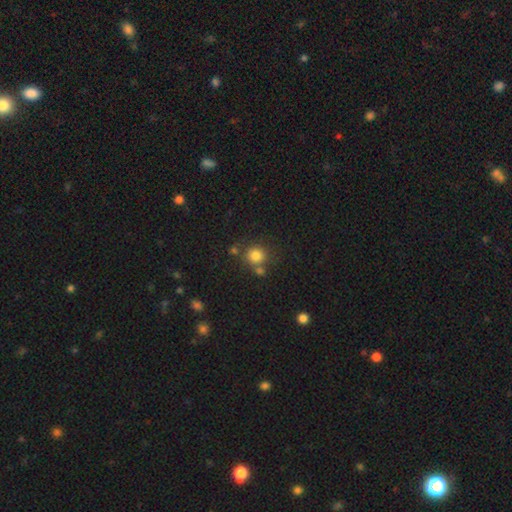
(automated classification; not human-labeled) Smooth or featured? Predicted: smooth (p=0.80). How rounded? Predicted: round (p=0.89). Merging? Predicted: none (p=0.67).